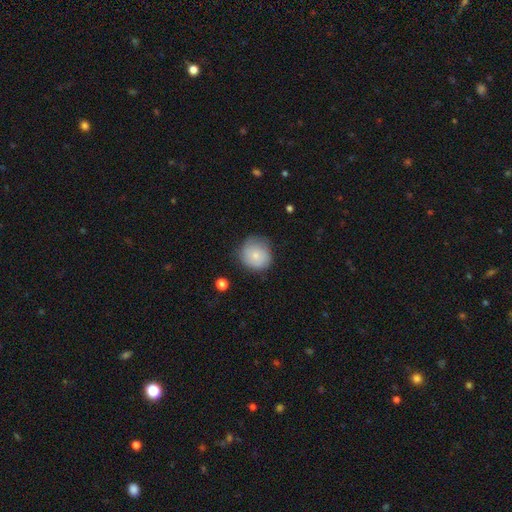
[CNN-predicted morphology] The model was most divided on "merging": none: 69%, minor disturbance: 23%, major disturbance: 6%, merger: 1%. More confident: how rounded — round (87%); smooth or featured — smooth (71%).